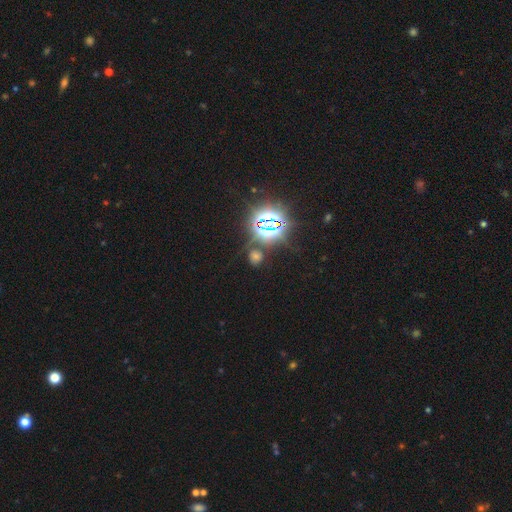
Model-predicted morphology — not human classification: Smooth or featured? star or artifact (62%)